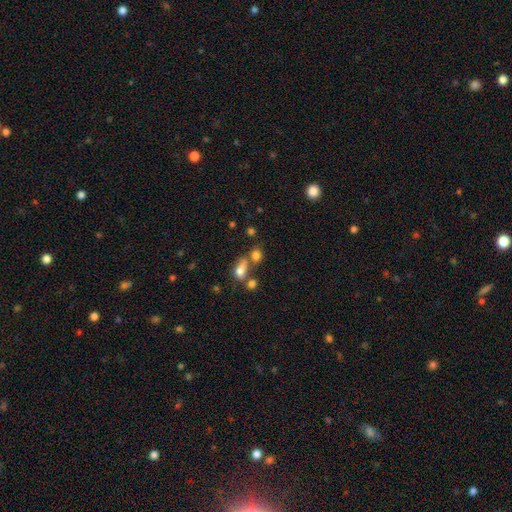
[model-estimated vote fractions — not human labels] Smooth or featured: smooth — 77% (star or artifact — 13%)
How rounded: round — 50% (in between — 46%)
Merging: none — 46% (merger — 33%)